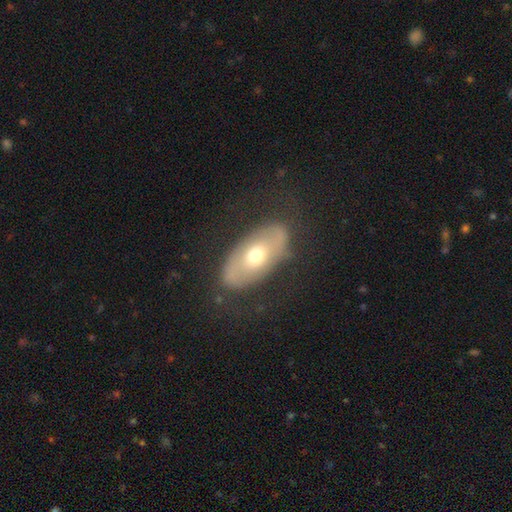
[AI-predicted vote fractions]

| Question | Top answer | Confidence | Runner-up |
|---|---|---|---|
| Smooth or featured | smooth | 48% | featured or disk (46%) |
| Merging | none | 77% | minor disturbance (15%) |